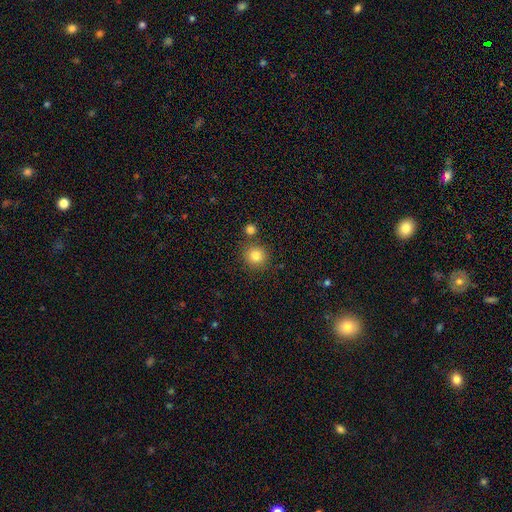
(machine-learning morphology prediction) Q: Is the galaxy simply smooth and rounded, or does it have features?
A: smooth — 84%.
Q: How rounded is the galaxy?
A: round — 90%.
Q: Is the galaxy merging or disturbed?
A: none — 79%.